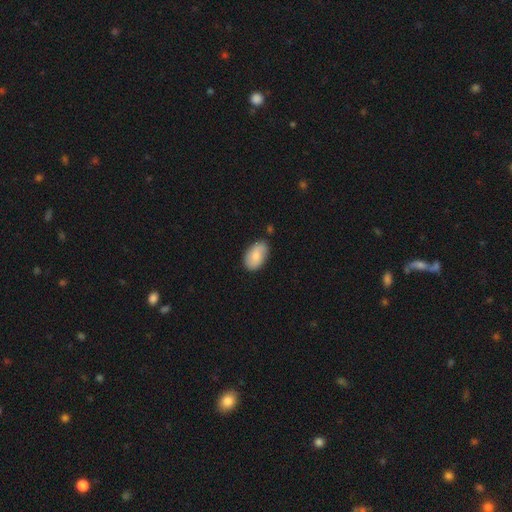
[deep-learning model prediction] The model was most divided on "smooth or featured": smooth: 73%, featured or disk: 21%, star or artifact: 6%. More confident: how rounded — in between (92%); merging — none (76%).